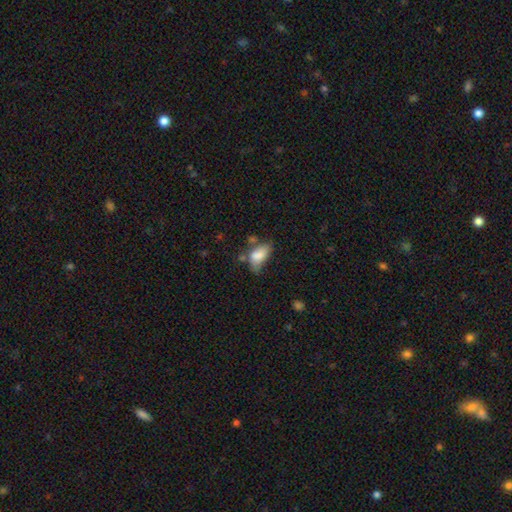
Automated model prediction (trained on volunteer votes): Smooth or featured? smooth (73%)
How rounded? in between (89%)
Merging? minor disturbance (32%)